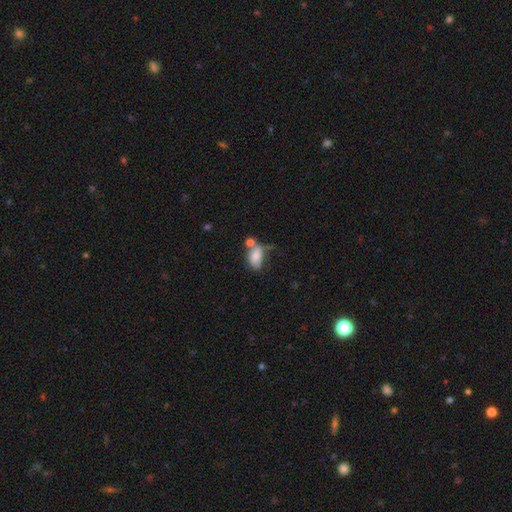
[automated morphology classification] smooth_or_featured: smooth (p=0.70) [alt: featured or disk p=0.21]
how_rounded: in between (p=0.88) [alt: round p=0.08]
merging: merger (p=0.34) [alt: none p=0.31]